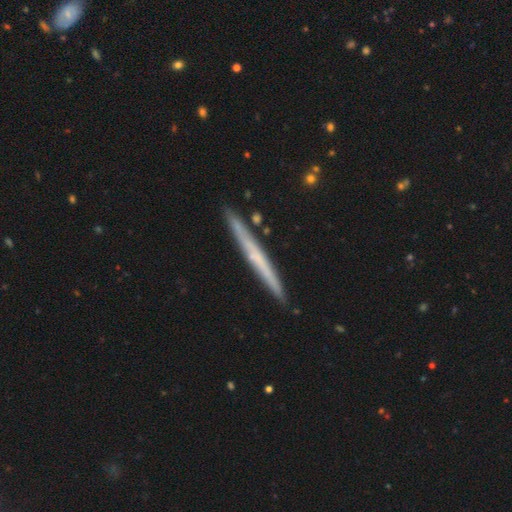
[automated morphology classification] smooth-or-featured: featured or disk: 56% | smooth: 39% | star or artifact: 6%
  disk-edge-on: yes: 97% | no: 3%
    edge-on-bulge: none: 82% | rounded: 14% | boxy: 4%
  merging: none: 89% | minor disturbance: 8% | merger: 2% | major disturbance: 1%